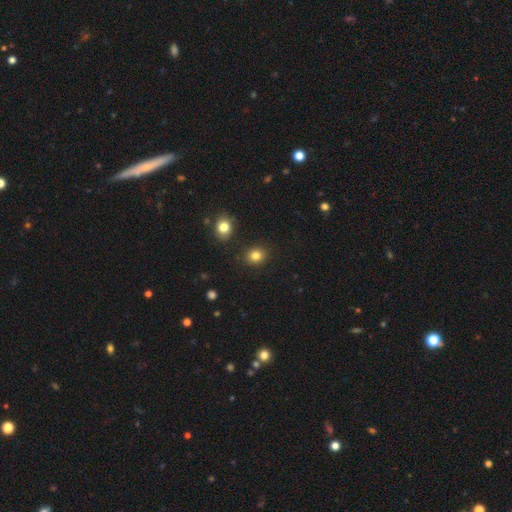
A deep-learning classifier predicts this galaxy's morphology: This appears to be a smooth galaxy with no disk features (83%) that is round (78%). Merging: none (88%).